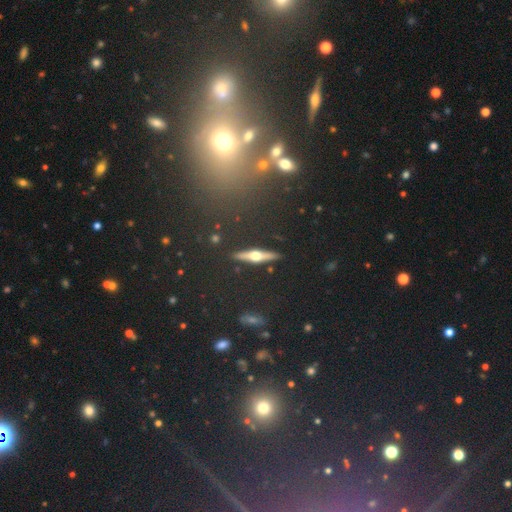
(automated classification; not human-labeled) Q: Smooth or featured?
A: featured or disk (67%); runner-up: smooth (23%)
Q: Edge-on disk?
A: yes (95%); runner-up: no (5%)
Q: Edge-on bulge?
A: rounded (94%); runner-up: boxy (3%)
Q: Merging?
A: none (89%); runner-up: minor disturbance (7%)